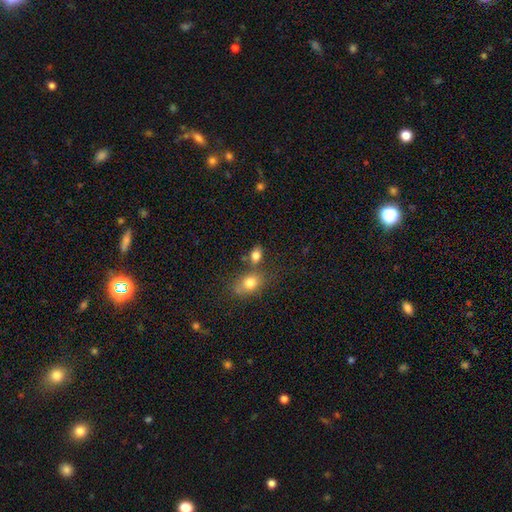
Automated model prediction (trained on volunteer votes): smooth-or-featured: smooth: 80% | star or artifact: 11% | featured or disk: 8%
  how-rounded: in between: 69% | round: 29% | cigar-shaped: 2%
  merging: none: 57% | merger: 25% | minor disturbance: 13% | major disturbance: 5%